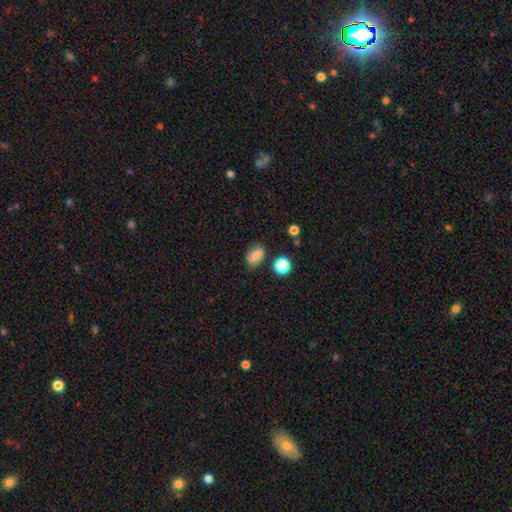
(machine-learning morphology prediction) Overall: smooth (68%). How rounded: in between (74%). Merging: none (78%).